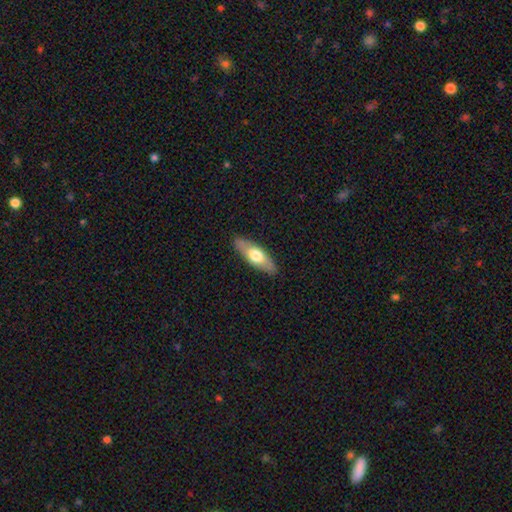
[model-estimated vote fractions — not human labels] This appears to be a smooth galaxy with no disk features (58%) that is in between round and cigar-shaped (54%). Merging: none (87%).